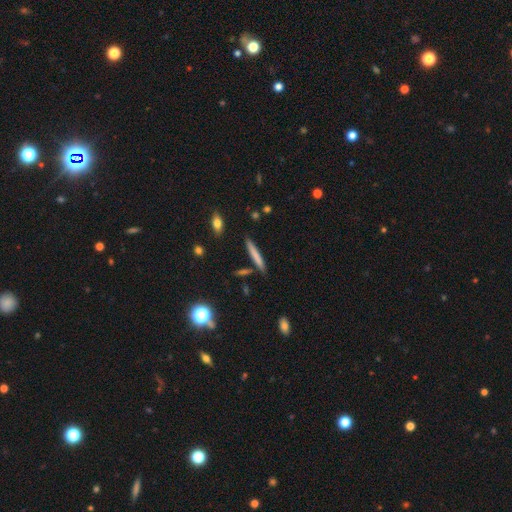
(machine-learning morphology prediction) The model was most divided on "smooth or featured": smooth: 72%, featured or disk: 21%, star or artifact: 7%. More confident: how rounded — cigar-shaped (95%); merging — none (85%).